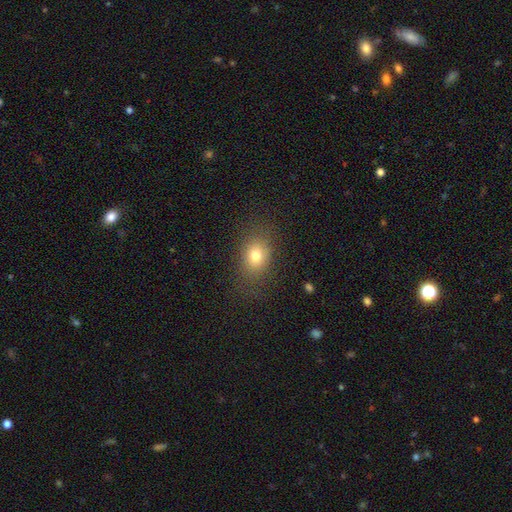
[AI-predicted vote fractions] smooth-or-featured: smooth: 76% | star or artifact: 12% | featured or disk: 12%
  how-rounded: in between: 64% | round: 35% | cigar-shaped: 1%
  merging: none: 80% | minor disturbance: 13% | major disturbance: 6% | merger: 1%